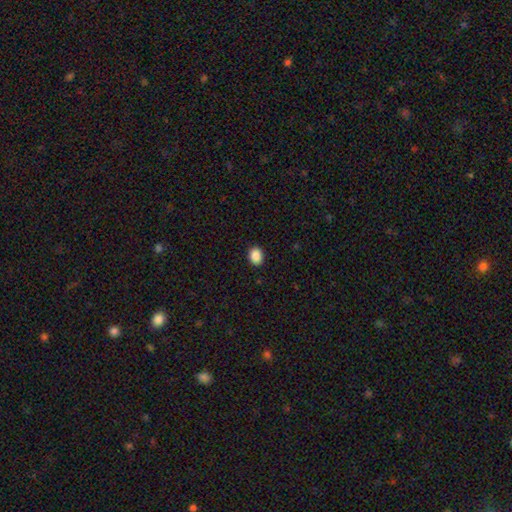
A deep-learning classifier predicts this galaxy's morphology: Smooth or featured?
  - smooth: 88% *
  - star or artifact: 9%
  - featured or disk: 3%
How rounded?
  - in between: 58% *
  - round: 41%
  - cigar-shaped: 1%
Merging?
  - none: 91% *
  - minor disturbance: 6%
  - major disturbance: 2%
  - merger: 1%